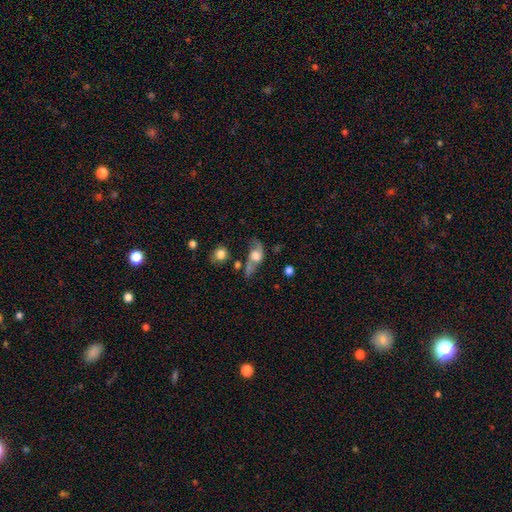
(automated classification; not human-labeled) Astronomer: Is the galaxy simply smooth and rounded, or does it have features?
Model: featured or disk — 61%.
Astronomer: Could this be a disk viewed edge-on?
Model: no — 84%.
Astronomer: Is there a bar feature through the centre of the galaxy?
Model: no — 68%.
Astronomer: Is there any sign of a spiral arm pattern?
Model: yes — 78%.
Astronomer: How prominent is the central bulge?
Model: large — 46% (runner-up: moderate, 36%).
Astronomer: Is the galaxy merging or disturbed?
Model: none — 44% (runner-up: minor disturbance, 23%).